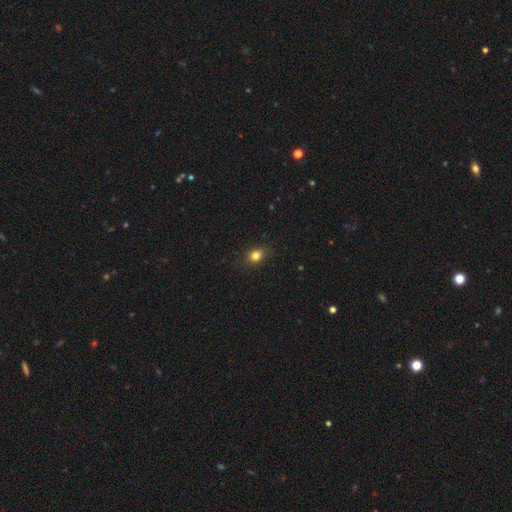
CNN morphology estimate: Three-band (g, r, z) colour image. It shows a smooth galaxy with no disk features (81%) that is round (52%). Merging: none (83%).